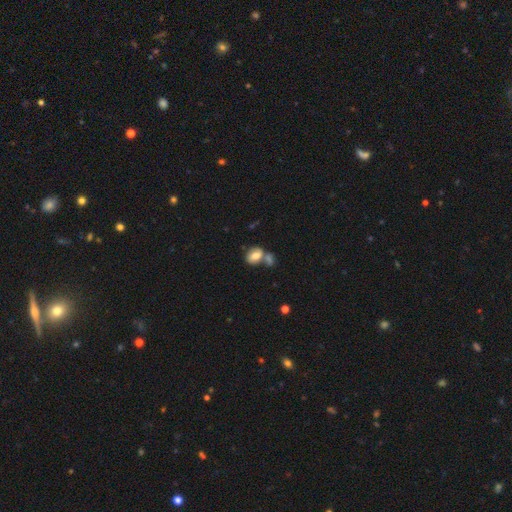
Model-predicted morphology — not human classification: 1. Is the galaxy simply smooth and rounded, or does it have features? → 74% smooth, 18% featured or disk, 9% star or artifact.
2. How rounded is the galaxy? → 71% in between, 27% round, 2% cigar-shaped.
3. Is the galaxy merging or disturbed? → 42% merger, 39% none, 13% minor disturbance, 6% major disturbance.